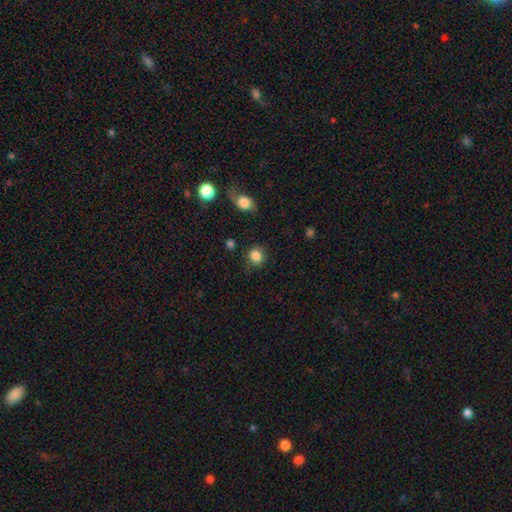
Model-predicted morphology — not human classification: This is clearly a smooth galaxy (85%). How rounded: clearly round (84%). Merging: clearly none (82%).